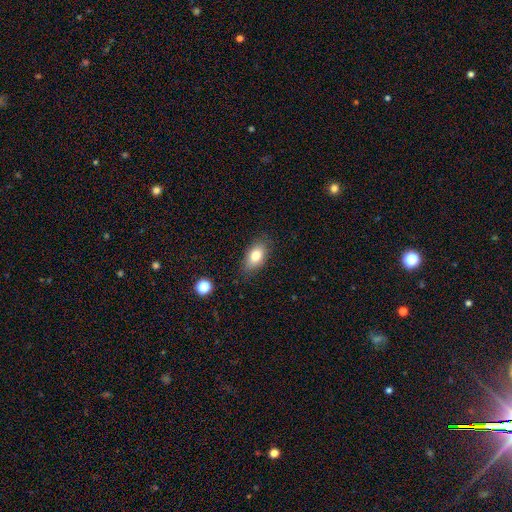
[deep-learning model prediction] smooth_or_featured: smooth (p=0.81) [alt: featured or disk p=0.11]
how_rounded: in between (p=0.89) [alt: round p=0.07]
merging: none (p=0.81) [alt: minor disturbance p=0.14]